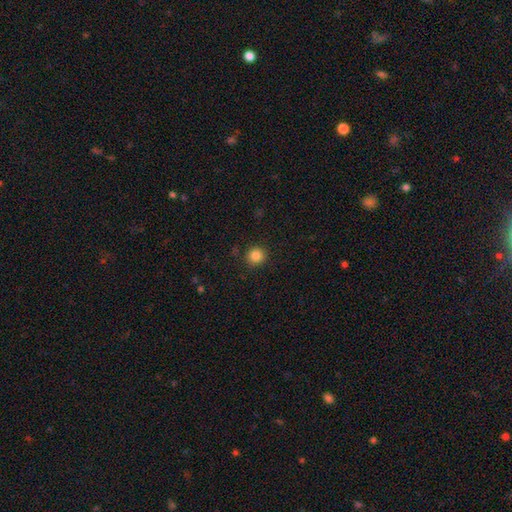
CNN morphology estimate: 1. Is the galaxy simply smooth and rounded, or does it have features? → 84% smooth, 11% star or artifact, 4% featured or disk.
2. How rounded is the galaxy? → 92% round, 7% in between, 1% cigar-shaped.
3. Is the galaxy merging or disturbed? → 90% none, 6% minor disturbance, 2% major disturbance, 1% merger.